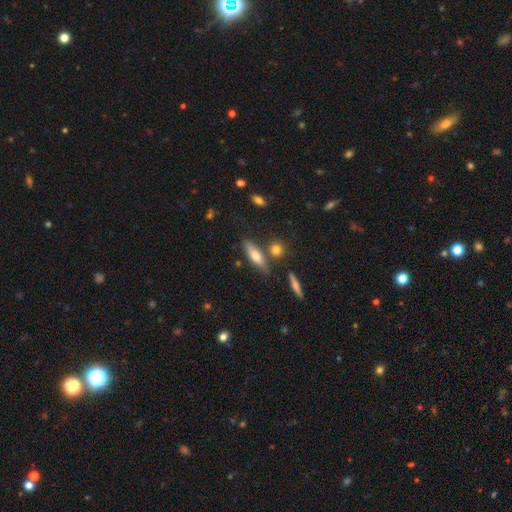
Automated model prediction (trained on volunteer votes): A smooth galaxy with no disk features (70%) that is cigar-shaped (51%).

Vote fractions:
- Smooth or featured? smooth: 70% / featured or disk: 22% / star or artifact: 8%
- How rounded? cigar-shaped: 51% / in between: 46% / round: 3%
- Merging? none: 69% / minor disturbance: 14% / merger: 13% / major disturbance: 4%